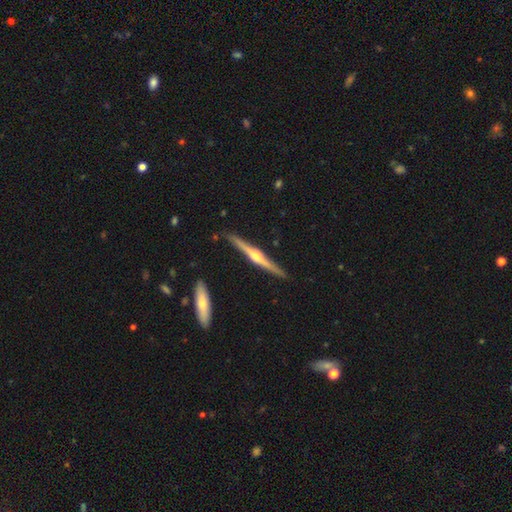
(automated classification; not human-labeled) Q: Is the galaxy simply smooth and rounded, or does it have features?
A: featured or disk — 81%.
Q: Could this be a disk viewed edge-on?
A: yes — 98%.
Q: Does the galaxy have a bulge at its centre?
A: rounded — 91%.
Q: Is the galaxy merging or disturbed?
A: none — 89%.